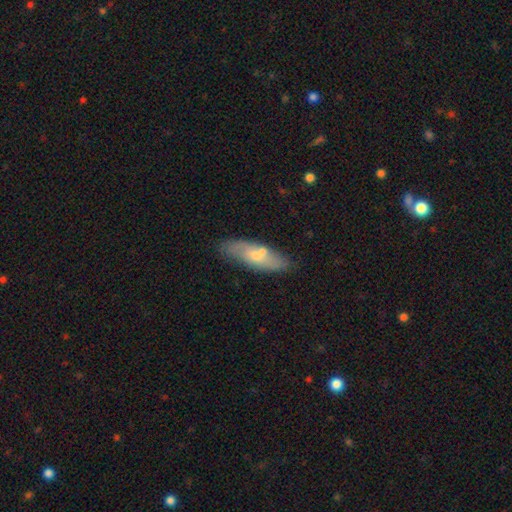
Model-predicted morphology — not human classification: Overall: smooth (51%; featured or disk 42%). How rounded: in between (49%; cigar-shaped 48%). Merging: none (76%).